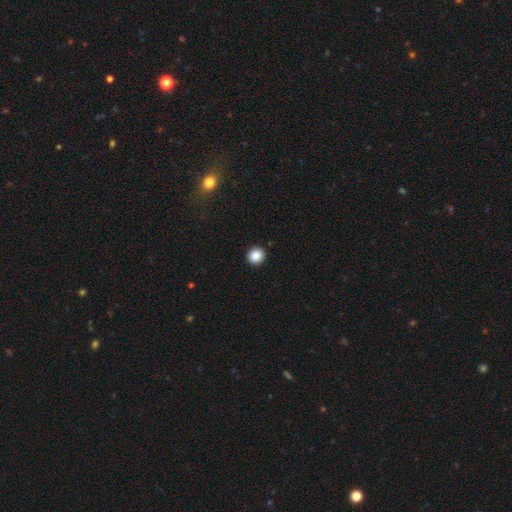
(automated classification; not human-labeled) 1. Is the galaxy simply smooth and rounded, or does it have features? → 87% smooth, 10% star or artifact, 4% featured or disk.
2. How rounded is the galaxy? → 94% round, 5% in between, 1% cigar-shaped.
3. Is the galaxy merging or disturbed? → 94% none, 4% minor disturbance, 1% major disturbance, 1% merger.